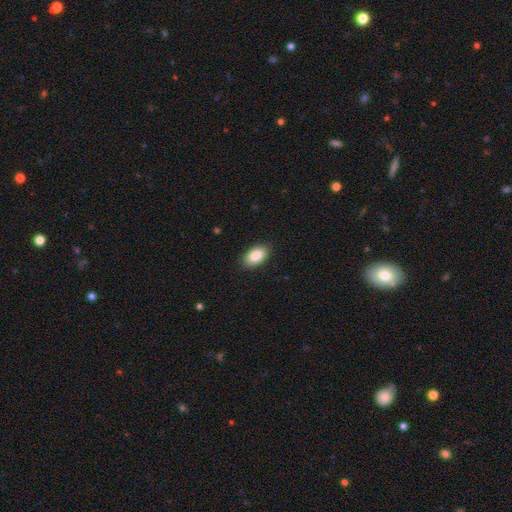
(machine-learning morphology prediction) Q: Smooth or featured?
A: smooth (86%); runner-up: featured or disk (7%)
Q: How rounded?
A: in between (93%); runner-up: round (5%)
Q: Merging?
A: none (89%); runner-up: minor disturbance (8%)